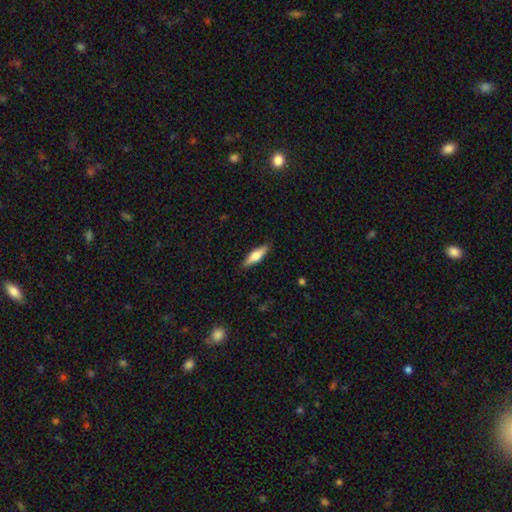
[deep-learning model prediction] A smooth galaxy with no disk features (62%) that is cigar-shaped (61%).

Vote fractions:
- Smooth or featured? smooth: 62% / featured or disk: 32% / star or artifact: 6%
- How rounded? cigar-shaped: 61% / in between: 37% / round: 2%
- Merging? none: 88% / minor disturbance: 9% / major disturbance: 2% / merger: 1%